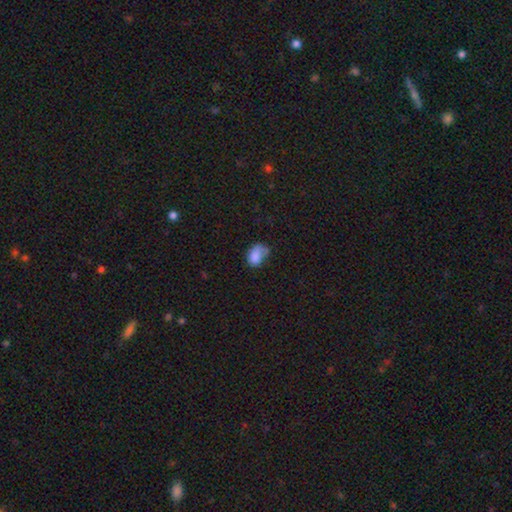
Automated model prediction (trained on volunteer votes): smooth_or_featured: smooth (p=0.81) [alt: featured or disk p=0.10]
how_rounded: in between (p=0.78) [alt: round p=0.21]
merging: none (p=0.37) [alt: minor disturbance p=0.34]